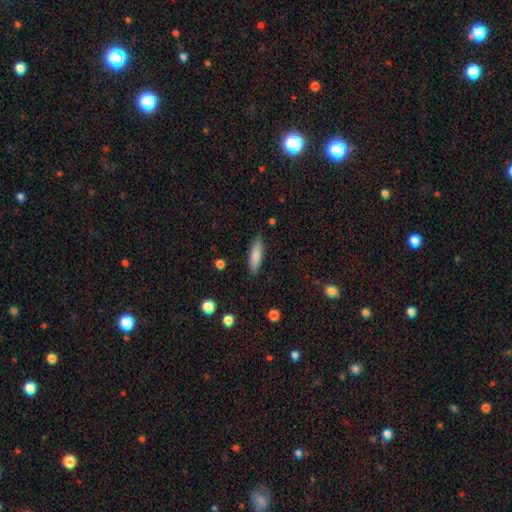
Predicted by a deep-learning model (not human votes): smooth 85%, featured or disk 9%, star or artifact 6%. Down the decision tree: how rounded — cigar-shaped (57%); merging — none (87%).